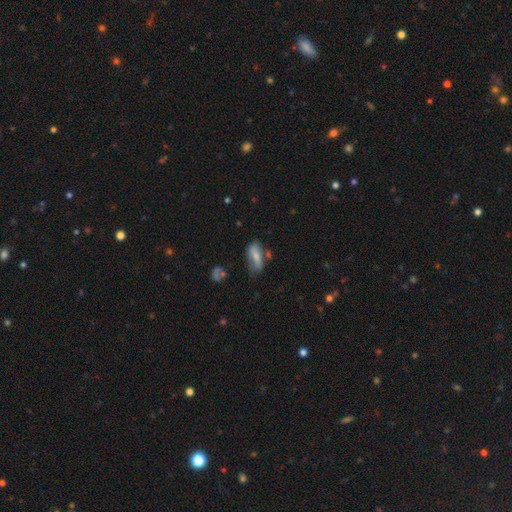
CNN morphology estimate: Smooth or featured? Predicted: smooth (p=0.64). How rounded? Predicted: in between (p=0.67). Merging? Predicted: none (p=0.56).